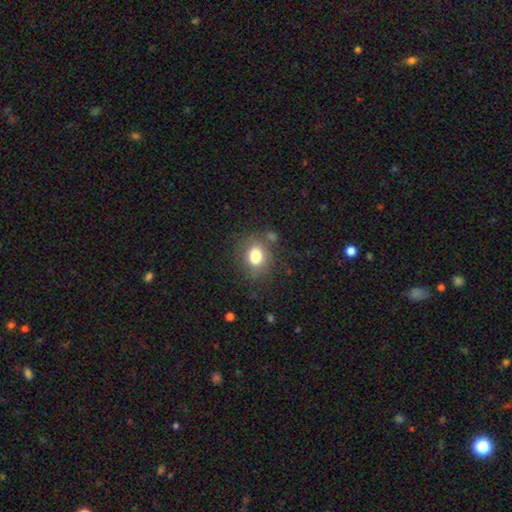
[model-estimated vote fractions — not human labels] A smooth galaxy with no disk features (80%) that is in between round and cigar-shaped (63%). Merging: none (70%).